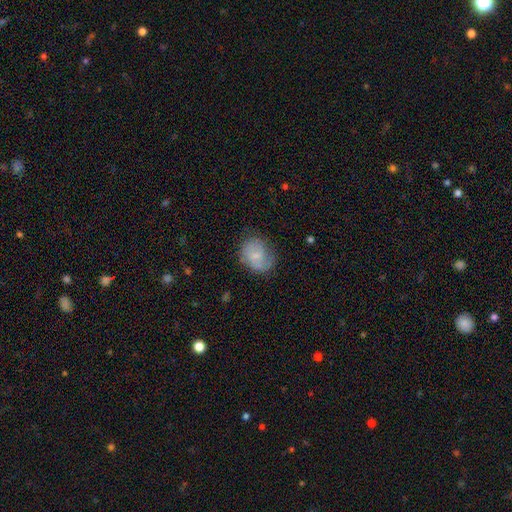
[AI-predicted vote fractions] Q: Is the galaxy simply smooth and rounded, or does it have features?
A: smooth — 59%.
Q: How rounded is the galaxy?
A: round — 52%.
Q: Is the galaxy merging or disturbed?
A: none — 59%.